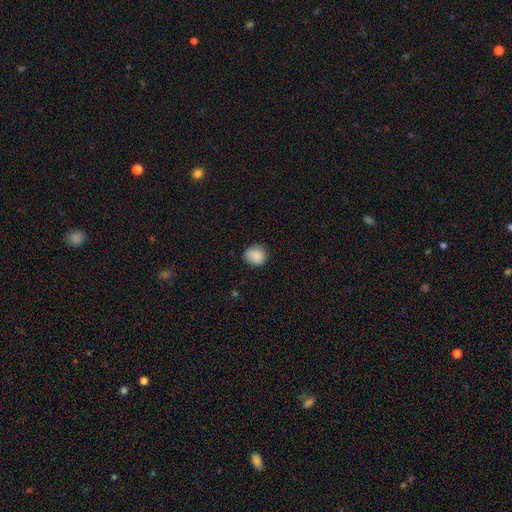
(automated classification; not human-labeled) Smooth or featured?
  - smooth: 88% *
  - star or artifact: 8%
  - featured or disk: 4%
How rounded?
  - round: 78% *
  - in between: 21%
  - cigar-shaped: 1%
Merging?
  - none: 81% *
  - minor disturbance: 15%
  - major disturbance: 3%
  - merger: 1%